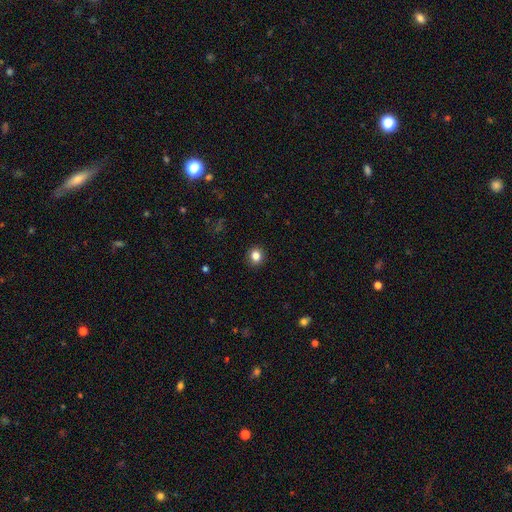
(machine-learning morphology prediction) smooth-or-featured: smooth: 84% | star or artifact: 11% | featured or disk: 5%
  how-rounded: round: 83% | in between: 16% | cigar-shaped: 1%
  merging: none: 92% | minor disturbance: 6% | major disturbance: 2% | merger: 1%